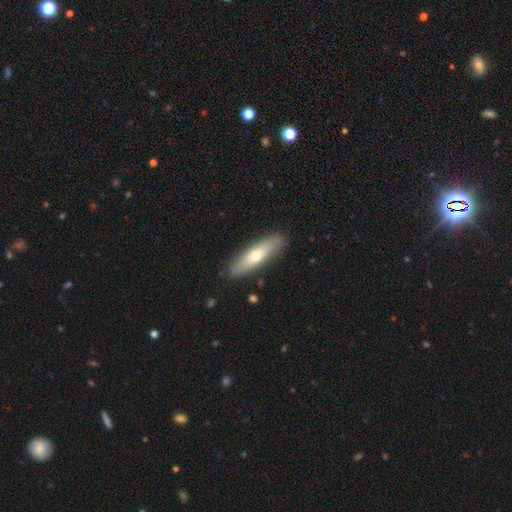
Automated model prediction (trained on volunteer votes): Q: Smooth or featured?
A: smooth (61%); runner-up: featured or disk (34%)
Q: How rounded?
A: cigar-shaped (67%); runner-up: in between (31%)
Q: Merging?
A: none (88%); runner-up: minor disturbance (9%)